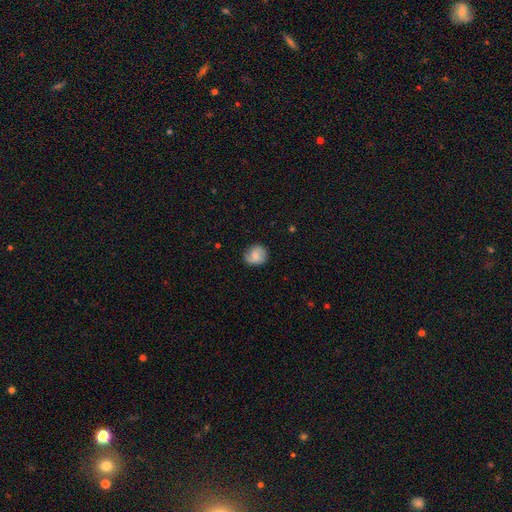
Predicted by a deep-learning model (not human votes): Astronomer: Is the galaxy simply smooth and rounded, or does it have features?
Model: smooth — 54% (runner-up: featured or disk, 38%).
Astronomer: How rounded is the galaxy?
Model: round — 77%.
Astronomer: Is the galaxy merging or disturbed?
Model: none — 78%.